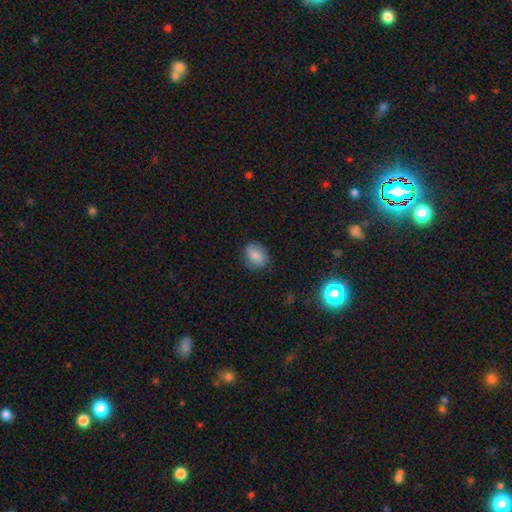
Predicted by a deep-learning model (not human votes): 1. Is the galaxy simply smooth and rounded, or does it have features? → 81% smooth, 10% featured or disk, 9% star or artifact.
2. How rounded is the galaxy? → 59% in between, 40% round, 1% cigar-shaped.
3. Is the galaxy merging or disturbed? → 76% none, 18% minor disturbance, 4% major disturbance, 1% merger.